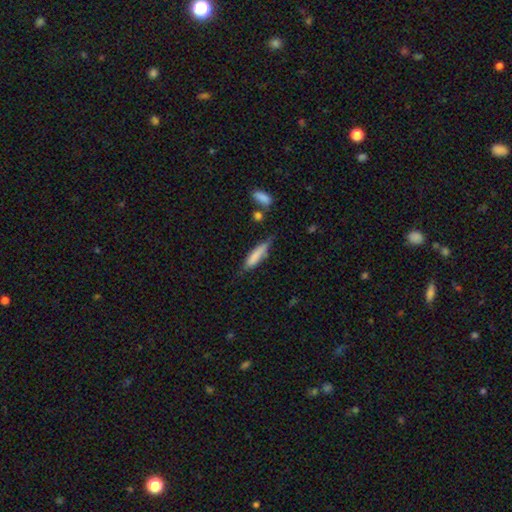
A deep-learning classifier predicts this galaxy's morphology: The model was most divided on "merging": none: 54%, minor disturbance: 31%, major disturbance: 9%, merger: 6%. More confident: smooth or featured — smooth (74%); how rounded — cigar-shaped (74%).